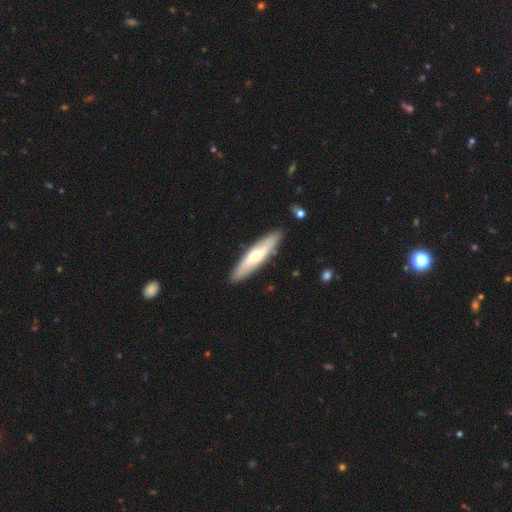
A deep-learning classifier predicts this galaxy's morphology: This is possibly a smooth galaxy (48%, tied with featured or disk). Merging: clearly none (88%).